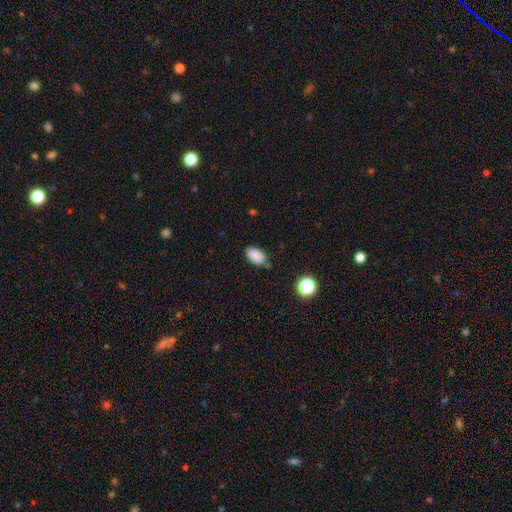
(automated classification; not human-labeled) Smooth or featured: smooth — 87% (star or artifact — 9%)
How rounded: in between — 92% (round — 7%)
Merging: none — 75% (minor disturbance — 18%)